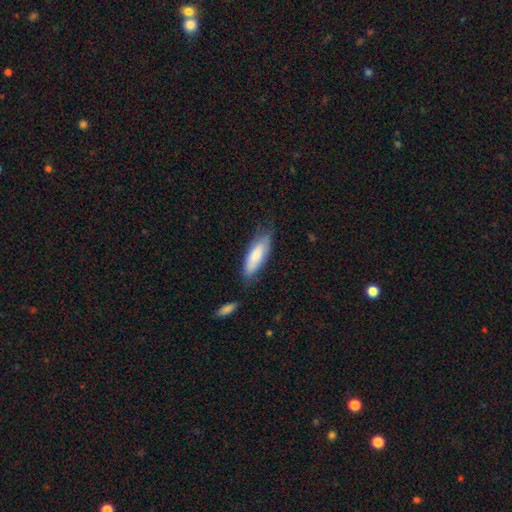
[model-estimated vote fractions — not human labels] Smooth or featured? Predicted: smooth (p=0.79). How rounded? Predicted: in between (p=0.56). Merging? Predicted: none (p=0.67).